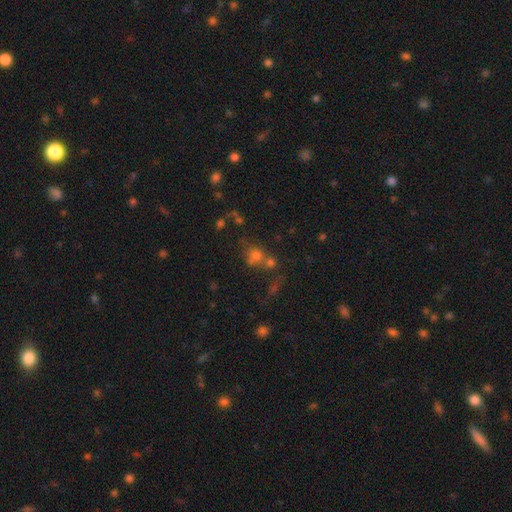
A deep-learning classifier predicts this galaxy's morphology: This appears to be a smooth galaxy with no disk features (64%) that is round (78%). Merging: none (44%).